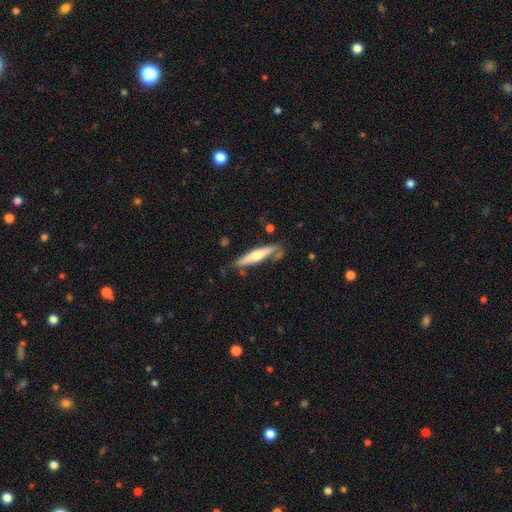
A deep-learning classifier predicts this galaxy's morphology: The model was most divided on "smooth or featured": featured or disk: 52%, smooth: 43%, star or artifact: 5%. More confident: edge-on disk — yes (93%); merging — none (73%).